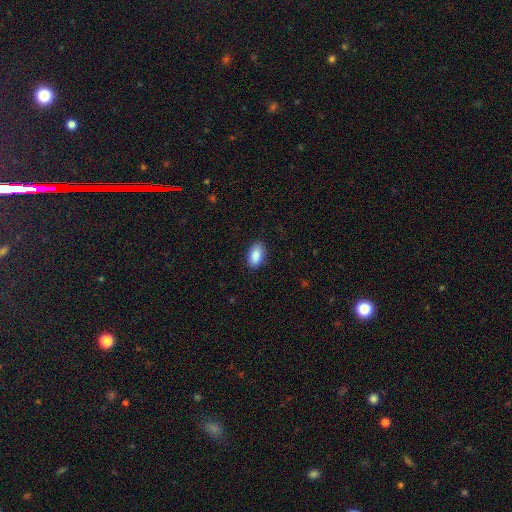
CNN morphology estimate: smooth 89%, star or artifact 7%, featured or disk 4%. Down the decision tree: how rounded — in between (94%); merging — none (88%).